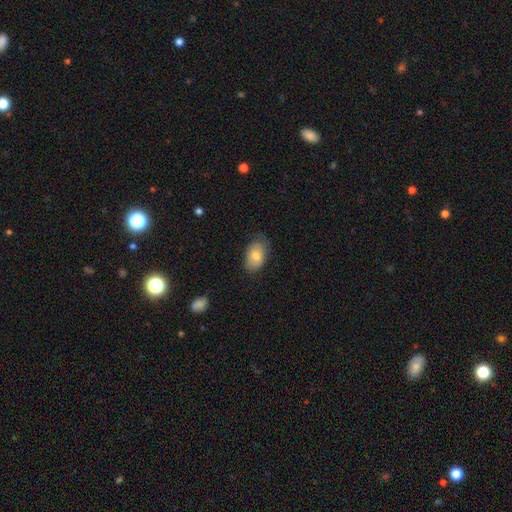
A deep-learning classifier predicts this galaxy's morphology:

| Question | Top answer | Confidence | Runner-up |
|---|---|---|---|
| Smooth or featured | smooth | 78% | featured or disk (15%) |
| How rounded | in between | 88% | round (11%) |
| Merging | none | 64% | minor disturbance (28%) |